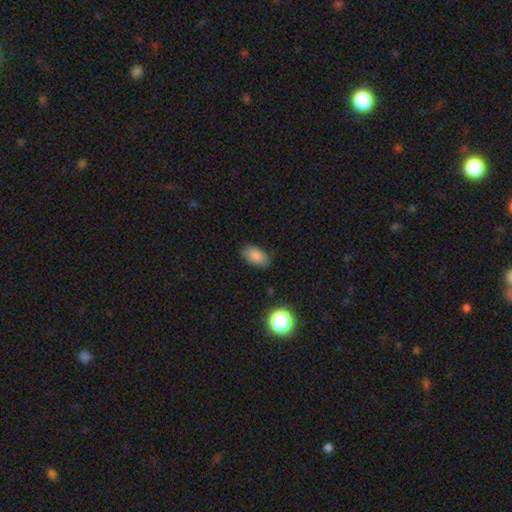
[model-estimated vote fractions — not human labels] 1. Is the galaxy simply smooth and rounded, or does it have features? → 84% smooth, 10% star or artifact, 7% featured or disk.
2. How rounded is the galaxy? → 91% in between, 7% round, 2% cigar-shaped.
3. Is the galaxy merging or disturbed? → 82% none, 13% minor disturbance, 3% major disturbance, 1% merger.